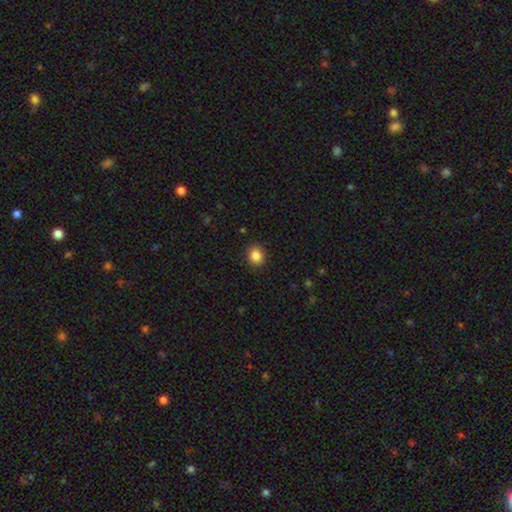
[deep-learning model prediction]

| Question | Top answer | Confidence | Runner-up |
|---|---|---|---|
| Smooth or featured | smooth | 87% | star or artifact (10%) |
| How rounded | round | 65% | in between (34%) |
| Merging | none | 89% | minor disturbance (7%) |